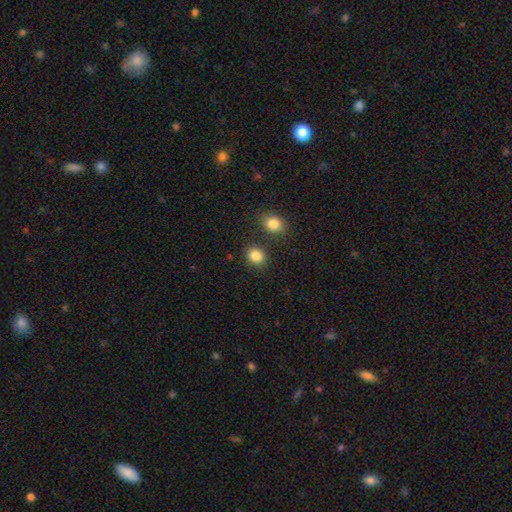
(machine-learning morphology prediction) smooth-or-featured: smooth: 85% | star or artifact: 10% | featured or disk: 4%
  how-rounded: round: 67% | in between: 32% | cigar-shaped: 1%
  merging: none: 79% | minor disturbance: 9% | merger: 9% | major disturbance: 3%